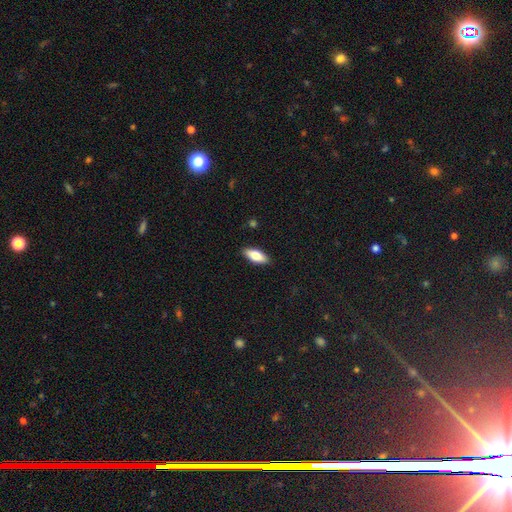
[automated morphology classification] smooth-or-featured: smooth: 75% | featured or disk: 19% | star or artifact: 6%
  how-rounded: in between: 79% | cigar-shaped: 19% | round: 2%
  merging: none: 89% | minor disturbance: 8% | major disturbance: 2% | merger: 1%